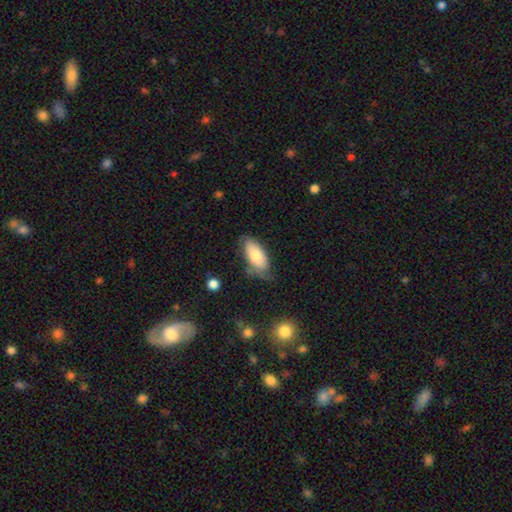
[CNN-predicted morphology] smooth 76%, featured or disk 18%, star or artifact 6%. Down the decision tree: how rounded — in between (88%); merging — none (58%).